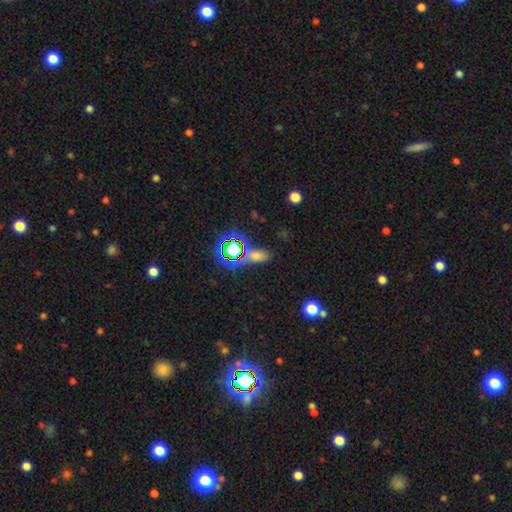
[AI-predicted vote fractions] Morphology: type=smooth (53%); roundness=in between (78%); merging=none (65%).